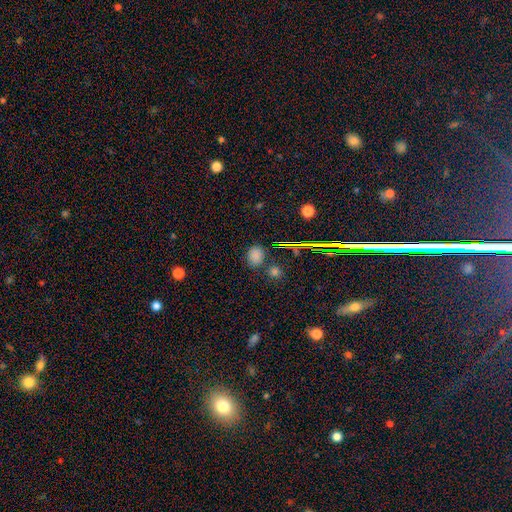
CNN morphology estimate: type=smooth (73%); roundness=round (54%); merging=none (75%).